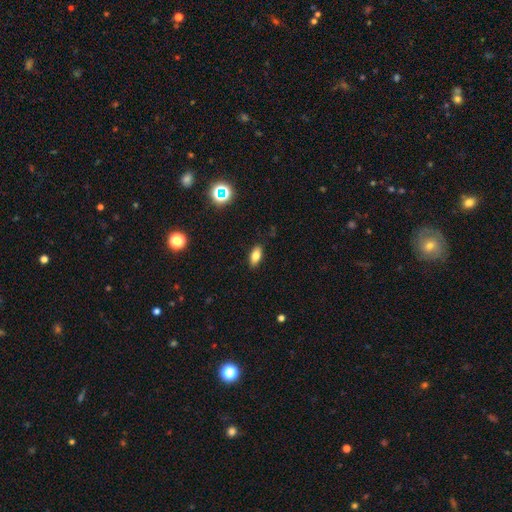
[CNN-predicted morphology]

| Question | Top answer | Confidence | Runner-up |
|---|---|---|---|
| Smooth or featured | smooth | 80% | star or artifact (11%) |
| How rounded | in between | 87% | cigar-shaped (9%) |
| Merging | none | 88% | minor disturbance (9%) |